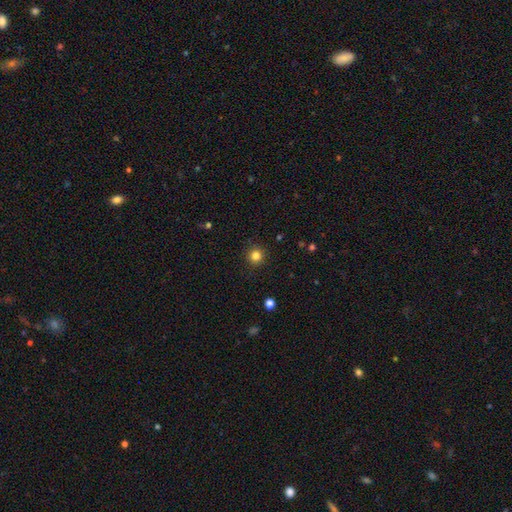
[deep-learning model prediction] This appears to be a smooth galaxy with no disk features (82%) that is round (95%). Merging: none (92%).